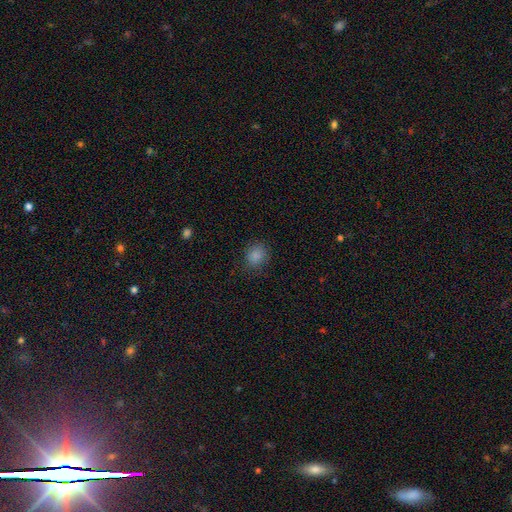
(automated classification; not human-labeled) This is clearly a smooth galaxy (85%). How rounded: likely round (73%). Merging: clearly none (84%).